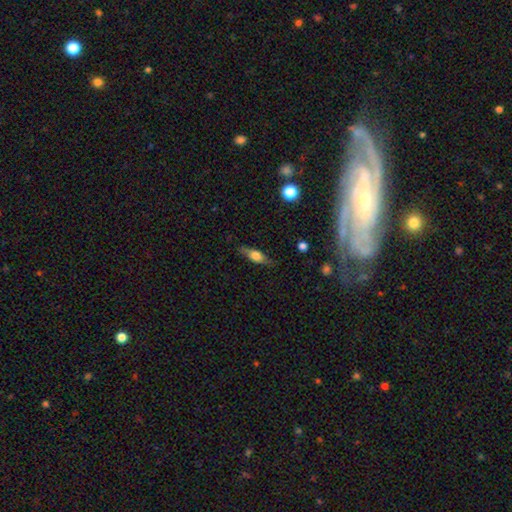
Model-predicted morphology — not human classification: Smooth or featured? smooth (54%)
How rounded? in between (53%)
Merging? none (77%)